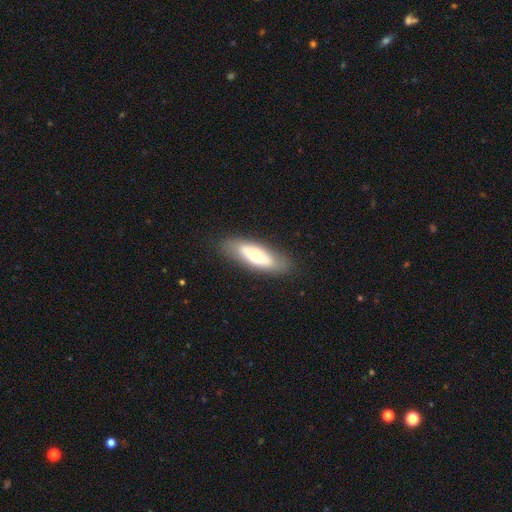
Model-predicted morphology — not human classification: Q: Smooth or featured?
A: smooth (53%); runner-up: featured or disk (41%)
Q: How rounded?
A: in between (67%); runner-up: cigar-shaped (30%)
Q: Merging?
A: none (83%); runner-up: minor disturbance (12%)